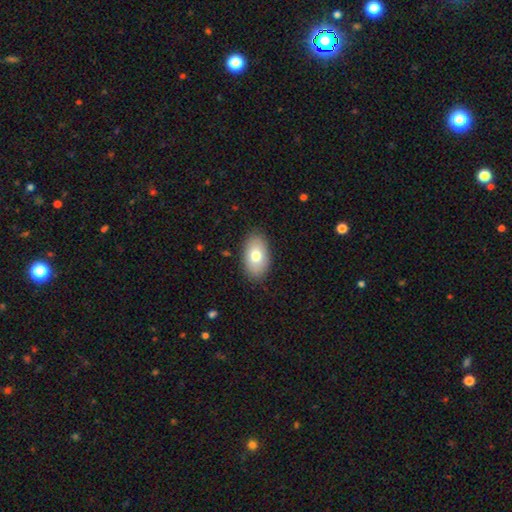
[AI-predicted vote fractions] Overall: smooth (75%). How rounded: in between (93%). Merging: none (87%).